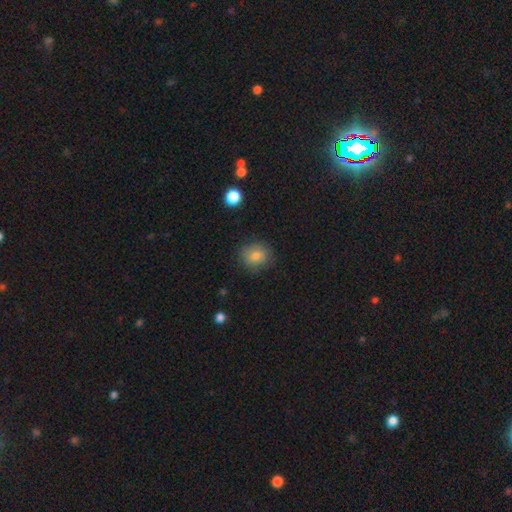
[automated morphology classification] This appears to be a smooth galaxy with no disk features (82%) that is round (74%). Merging: none (85%).